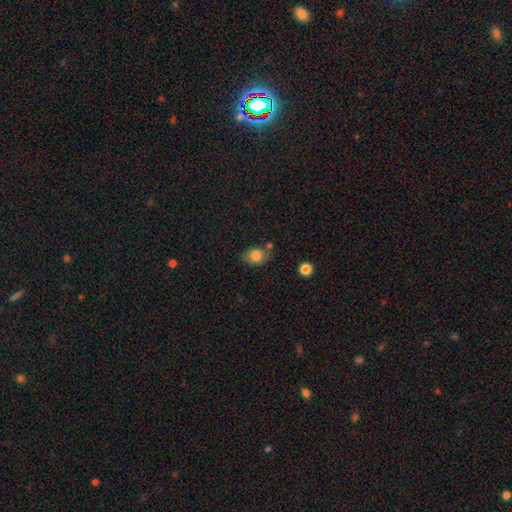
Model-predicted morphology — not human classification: This appears to be a smooth galaxy with no disk features (80%) that is in between round and cigar-shaped (64%). Merging: none (61%).